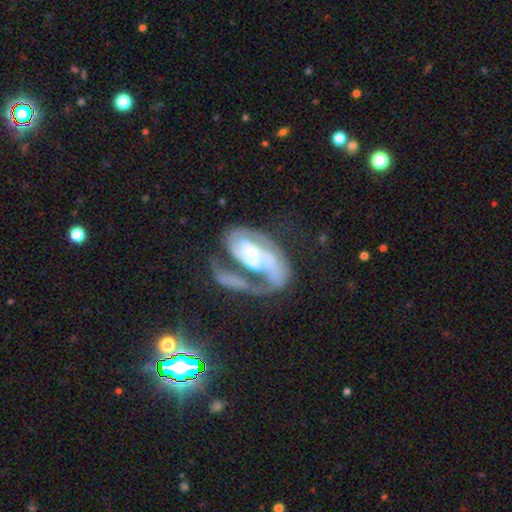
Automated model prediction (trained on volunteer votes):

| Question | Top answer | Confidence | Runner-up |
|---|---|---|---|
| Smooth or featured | featured or disk | 78% | smooth (14%) |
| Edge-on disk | no | 95% | yes (5%) |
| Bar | no | 60% | weak (27%) |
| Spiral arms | yes | 81% | no (19%) |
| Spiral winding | tight | 42% | medium (37%) |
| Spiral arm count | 2 | 49% | can't tell (23%) |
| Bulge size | small | 50% | moderate (40%) |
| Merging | merger | 50% | major disturbance (21%) |